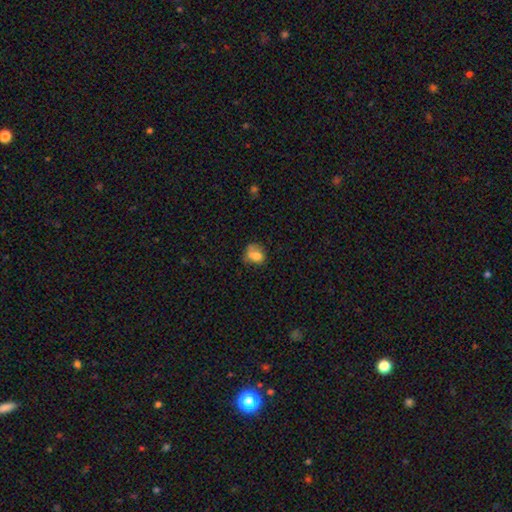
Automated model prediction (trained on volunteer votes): Smooth or featured? smooth (73%)
How rounded? round (53%)
Merging? none (40%)